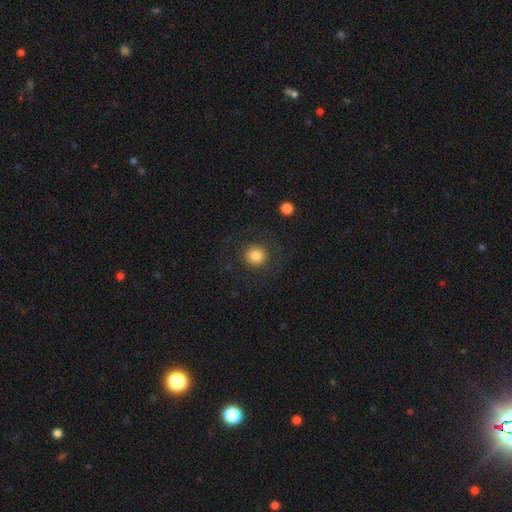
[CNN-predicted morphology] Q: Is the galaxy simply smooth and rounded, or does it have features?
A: smooth — 82%.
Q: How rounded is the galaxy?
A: round — 91%.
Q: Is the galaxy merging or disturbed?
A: none — 84%.